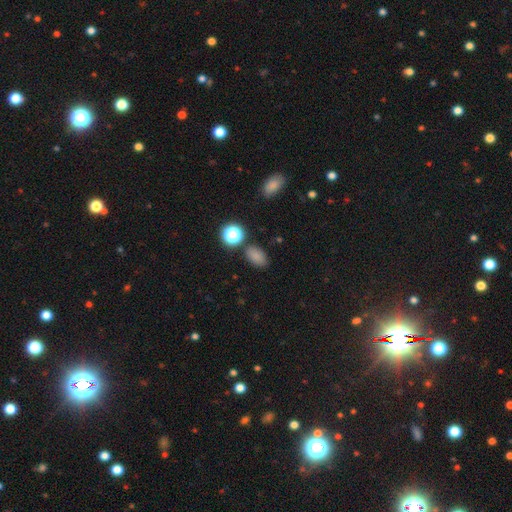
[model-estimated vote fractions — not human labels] This is likely a smooth galaxy (78%). How rounded: clearly in between (83%). Merging: likely none (78%).